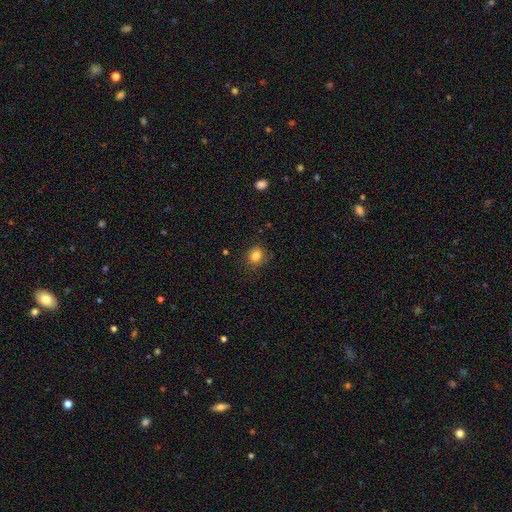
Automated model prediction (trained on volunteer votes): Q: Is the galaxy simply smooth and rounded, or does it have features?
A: smooth — 84%.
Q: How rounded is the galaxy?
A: round — 69%.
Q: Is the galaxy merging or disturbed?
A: none — 82%.